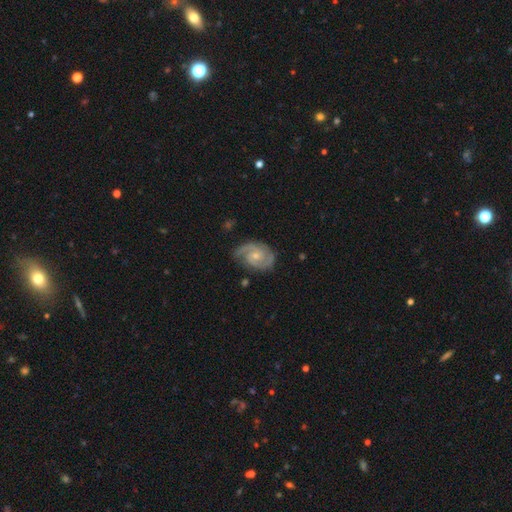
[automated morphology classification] Overall: featured or disk (89%). Edge-on disk: no (98%). Bar: no (63%; weak 32%). Spiral arms: yes (98%). Spiral arm count: 2 (85%). Spiral winding: tight (48%; medium 44%). Bulge size: small (51%; moderate 44%). Merging: none (76%).